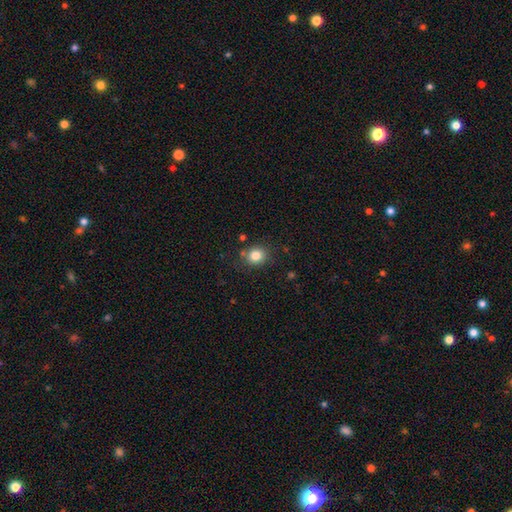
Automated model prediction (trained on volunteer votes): Q: Smooth or featured?
A: smooth (82%); runner-up: star or artifact (11%)
Q: How rounded?
A: round (76%); runner-up: in between (23%)
Q: Merging?
A: none (81%); runner-up: minor disturbance (11%)